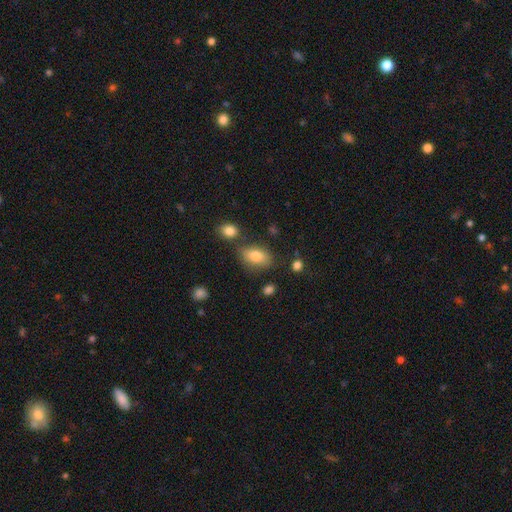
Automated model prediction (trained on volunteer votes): Smooth or featured: smooth — 80% (featured or disk — 12%)
How rounded: in between — 89% (round — 8%)
Merging: none — 70% (minor disturbance — 17%)